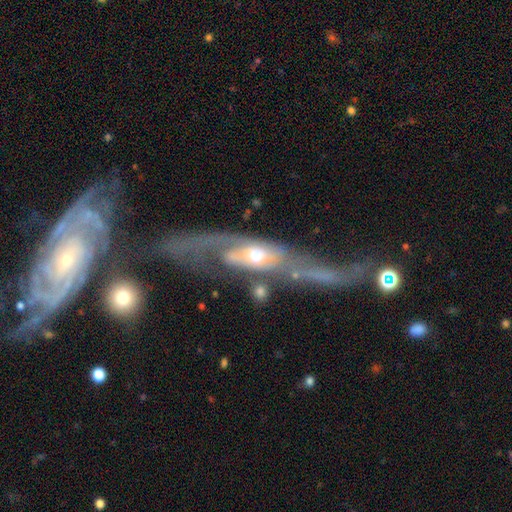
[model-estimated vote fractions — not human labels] Smooth or featured: featured or disk — 75% (smooth — 19%)
Edge-on disk: no — 75% (yes — 25%)
Bar: no — 71% (weak — 19%)
Spiral arms: yes — 65% (no — 35%)
Bulge size: moderate — 62% (small — 28%)
Merging: major disturbance — 39% (none — 27%)